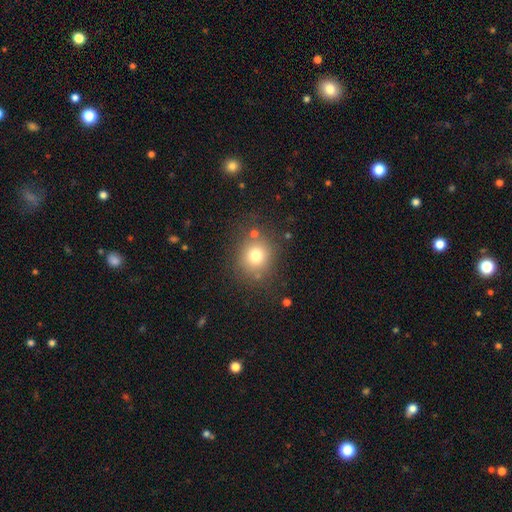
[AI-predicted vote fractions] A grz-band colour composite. It shows a smooth galaxy with no disk features (75%) that is round (85%). Merging: none (78%).